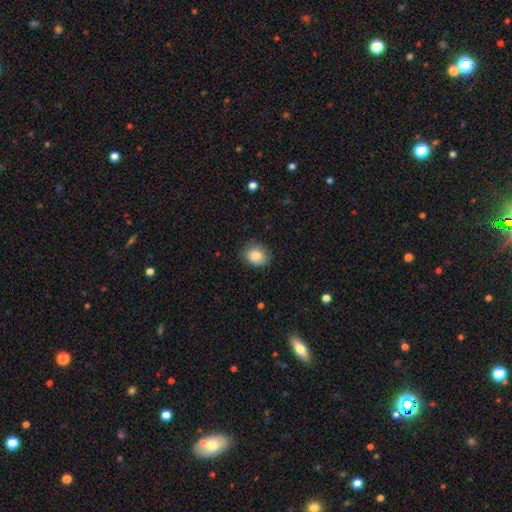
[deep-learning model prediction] This appears to be a smooth galaxy with no disk features (85%) that is round (59%). Merging: none (82%).